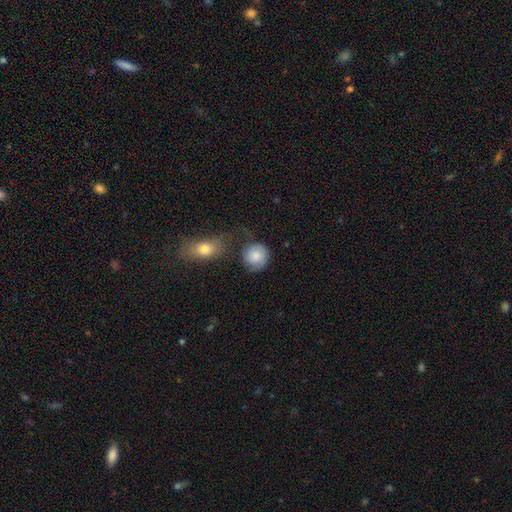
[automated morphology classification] type=smooth (81%); roundness=round (86%); merging=none (55%).